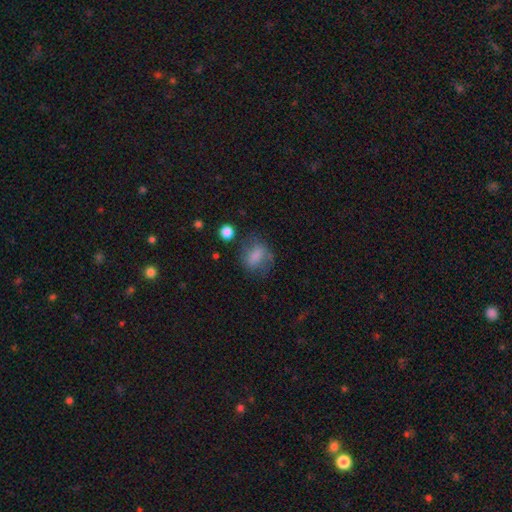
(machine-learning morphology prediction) smooth_or_featured: smooth (p=0.71) [alt: featured or disk p=0.18]
how_rounded: in between (p=0.59) [alt: round p=0.38]
merging: none (p=0.51) [alt: minor disturbance p=0.26]